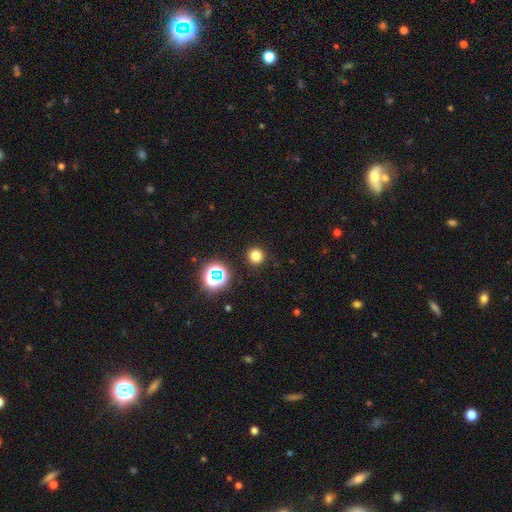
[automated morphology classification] Overall: smooth (76%). How rounded: round (95%). Merging: none (90%).